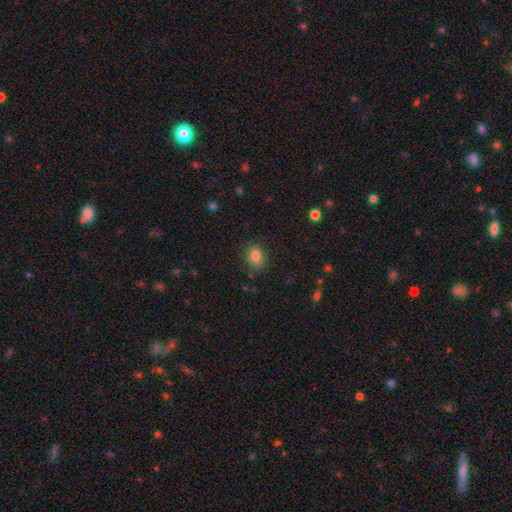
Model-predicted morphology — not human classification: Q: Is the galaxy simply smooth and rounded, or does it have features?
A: smooth — 82%.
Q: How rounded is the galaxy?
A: in between — 59%.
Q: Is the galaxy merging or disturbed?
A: none — 83%.